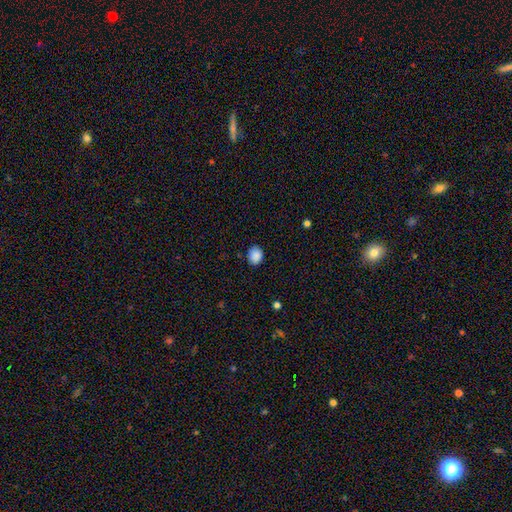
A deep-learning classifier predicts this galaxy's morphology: The model was most divided on "how rounded": round: 55%, in between: 44%, cigar-shaped: 1%. More confident: smooth or featured — smooth (88%); merging — none (85%).